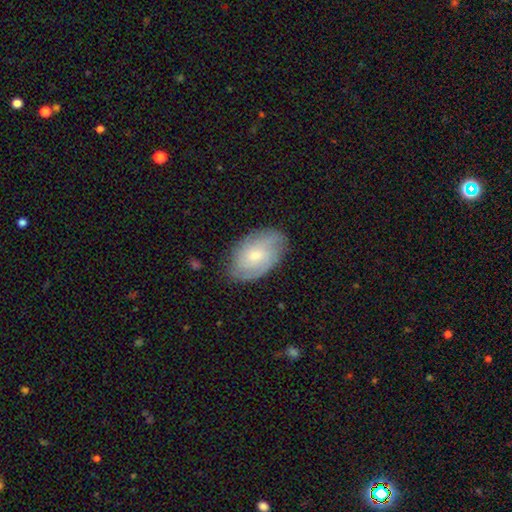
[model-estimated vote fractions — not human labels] A featured or disk galaxy (57%) with no bar (66%), spiral arms (86%) and a small central bulge (59%). Merging: none (77%).